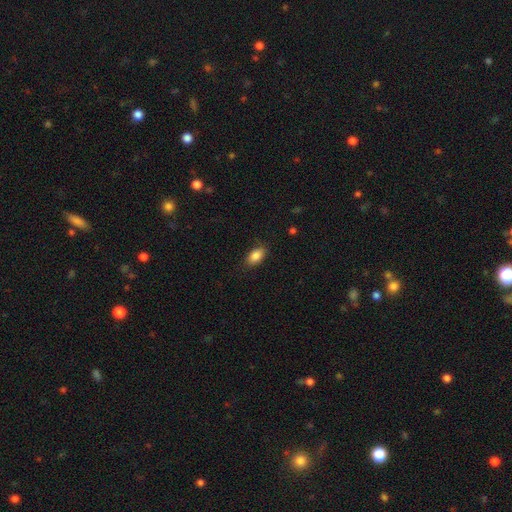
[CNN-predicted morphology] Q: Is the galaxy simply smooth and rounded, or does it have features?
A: smooth — 86%.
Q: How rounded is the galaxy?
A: in between — 90%.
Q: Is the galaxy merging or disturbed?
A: none — 83%.